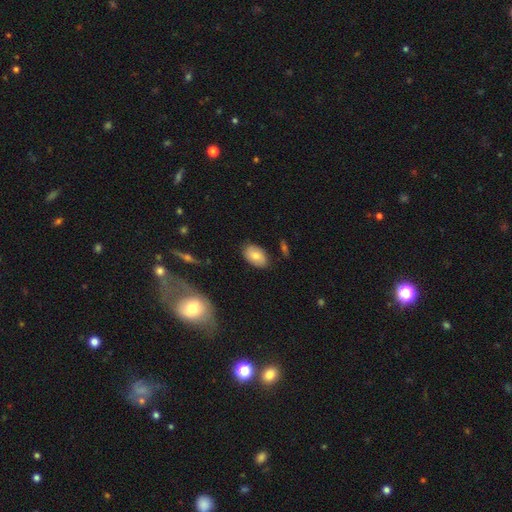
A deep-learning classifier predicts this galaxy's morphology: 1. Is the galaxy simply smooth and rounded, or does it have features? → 75% smooth, 17% featured or disk, 8% star or artifact.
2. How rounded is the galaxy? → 91% in between, 8% round, 1% cigar-shaped.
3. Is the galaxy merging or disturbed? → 82% none, 13% minor disturbance, 3% major disturbance, 2% merger.